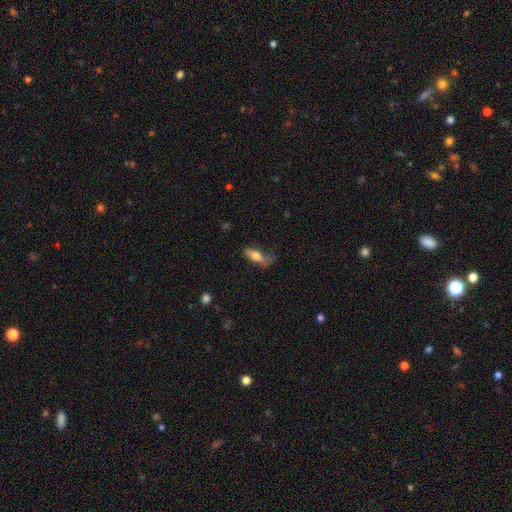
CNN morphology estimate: smooth_or_featured: smooth (p=0.67) [alt: featured or disk p=0.26]
how_rounded: in between (p=0.63) [alt: cigar-shaped p=0.34]
merging: none (p=0.44) [alt: minor disturbance p=0.32]